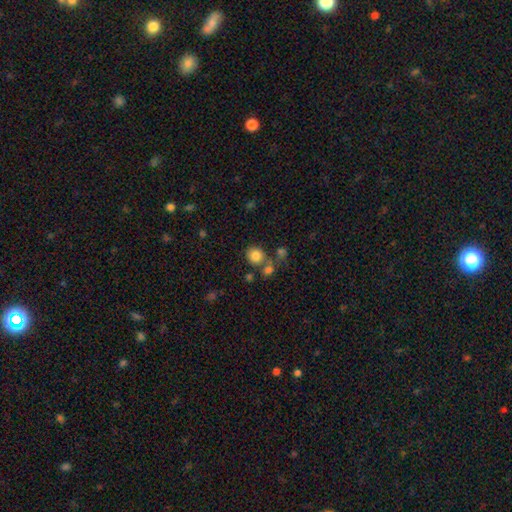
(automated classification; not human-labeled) Q: Smooth or featured?
A: smooth (82%); runner-up: star or artifact (11%)
Q: How rounded?
A: round (84%); runner-up: in between (15%)
Q: Merging?
A: none (67%); runner-up: merger (19%)